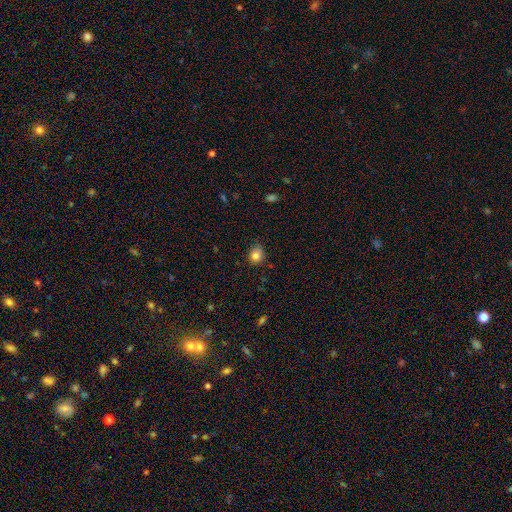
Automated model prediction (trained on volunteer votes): A smooth galaxy with no disk features (83%) that is round (71%). Merging: none (78%).